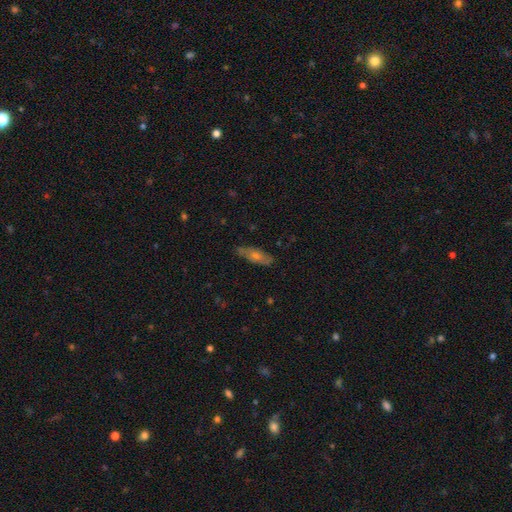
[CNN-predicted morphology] smooth-or-featured: featured or disk: 48% | smooth: 42% | star or artifact: 10%
  merging: none: 79% | minor disturbance: 16% | major disturbance: 3% | merger: 1%